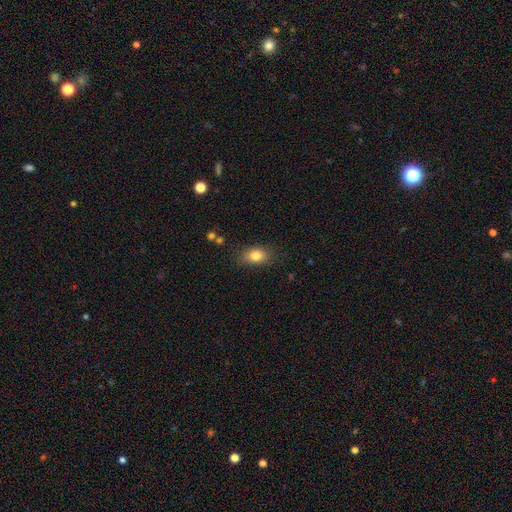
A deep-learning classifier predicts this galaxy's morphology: This appears to be a smooth galaxy with no disk features (81%) that is in between round and cigar-shaped (80%). Merging: none (79%).